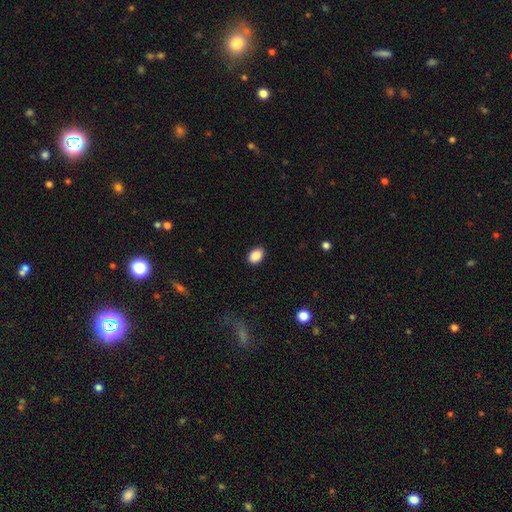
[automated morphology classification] A smooth galaxy with no disk features (89%) that is in between round and cigar-shaped (80%).

Vote fractions:
- Smooth or featured? smooth: 89% / star or artifact: 8% / featured or disk: 3%
- How rounded? in between: 80% / round: 19% / cigar-shaped: 1%
- Merging? none: 88% / minor disturbance: 9% / major disturbance: 2% / merger: 1%